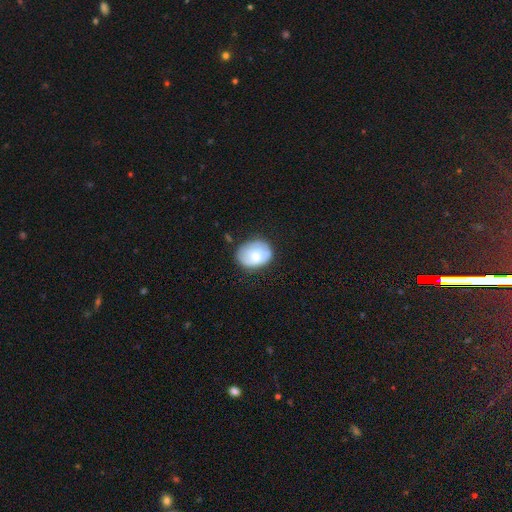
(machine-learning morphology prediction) This is possibly a smooth galaxy (52%). How rounded: likely in between (61%). Merging: likely none (63%).